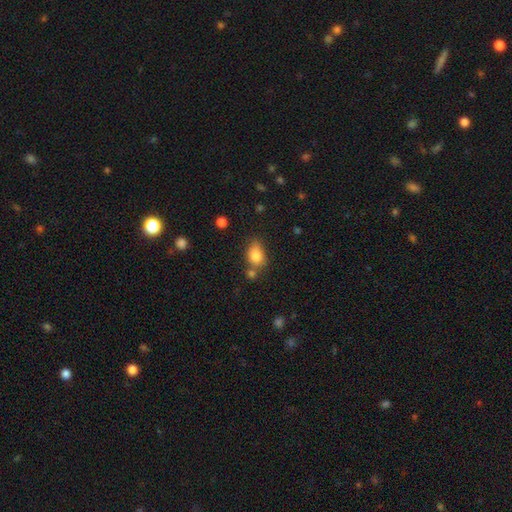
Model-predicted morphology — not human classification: A smooth galaxy with no disk features (82%) that is in between round and cigar-shaped (70%). Merging: none (54%).